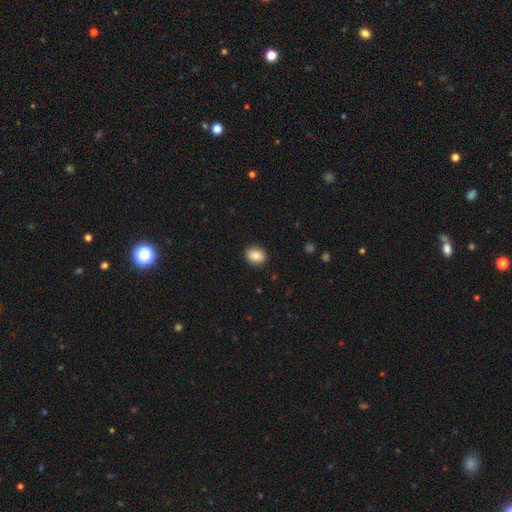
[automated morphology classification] This appears to be a smooth galaxy with no disk features (85%) that is in between round and cigar-shaped (51%). Merging: none (89%).